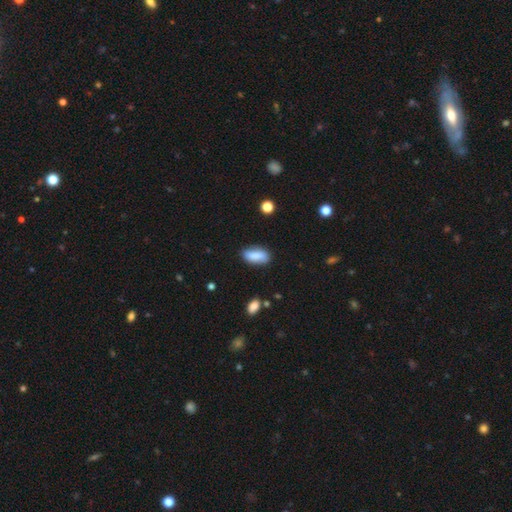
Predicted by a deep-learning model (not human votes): Smooth or featured? smooth (80%)
How rounded? in between (83%)
Merging? none (73%)